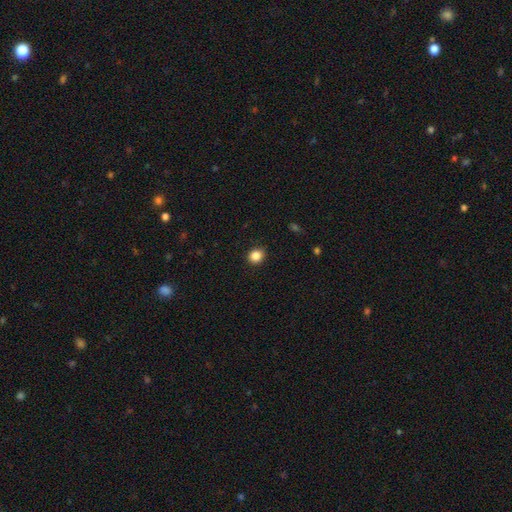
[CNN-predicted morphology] smooth-or-featured: smooth: 86% | star or artifact: 10% | featured or disk: 4%
  how-rounded: round: 77% | in between: 22% | cigar-shaped: 1%
  merging: none: 90% | minor disturbance: 7% | major disturbance: 2% | merger: 1%